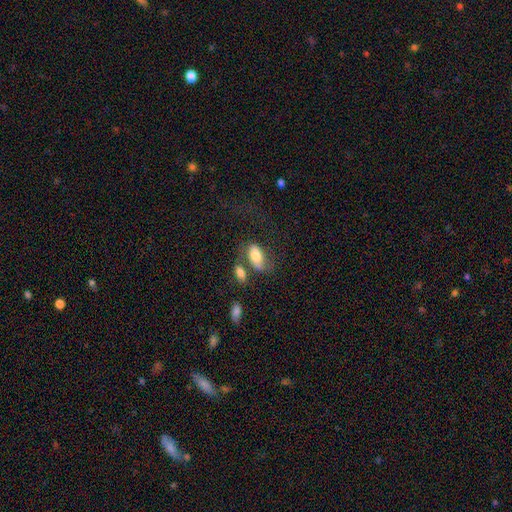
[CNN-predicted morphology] smooth-or-featured: smooth: 73% | featured or disk: 20% | star or artifact: 7%
  how-rounded: in between: 90% | cigar-shaped: 5% | round: 5%
  merging: none: 38% | merger: 28% | minor disturbance: 19% | major disturbance: 15%